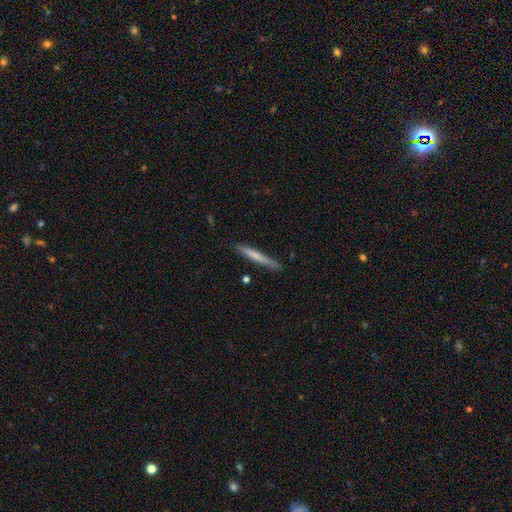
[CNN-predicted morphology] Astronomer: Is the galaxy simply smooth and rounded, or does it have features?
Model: smooth — 61%.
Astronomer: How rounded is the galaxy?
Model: cigar-shaped — 96%.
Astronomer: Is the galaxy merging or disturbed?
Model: none — 86%.